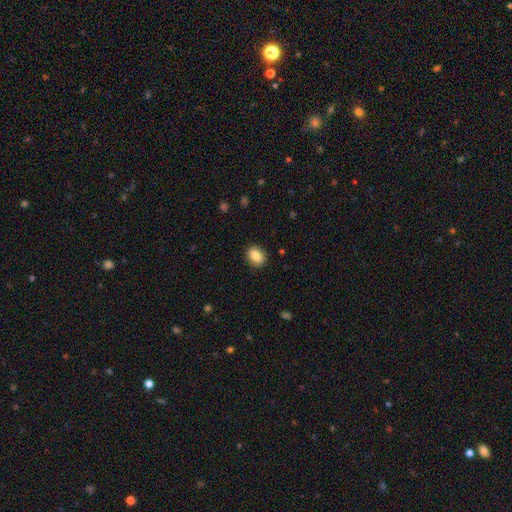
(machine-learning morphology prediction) This appears to be a smooth galaxy with no disk features (82%) that is in between round and cigar-shaped (64%). Merging: none (88%).